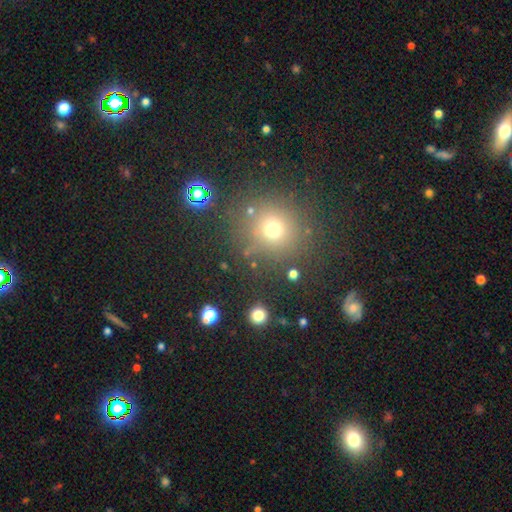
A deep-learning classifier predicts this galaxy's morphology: type=smooth (55%); roundness=round (91%); merging=none (85%).